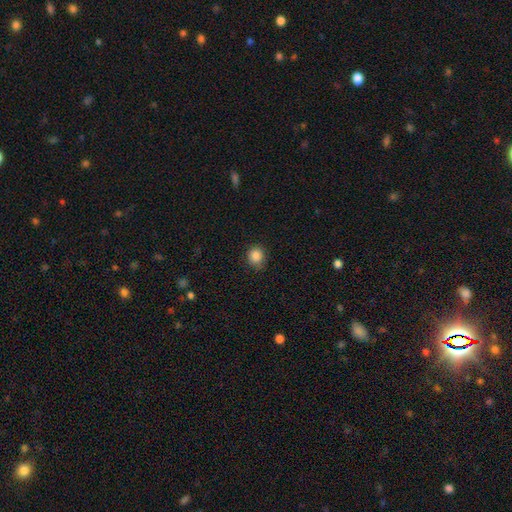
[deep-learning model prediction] This is clearly a smooth galaxy (86%). How rounded: clearly round (84%). Merging: clearly none (84%).